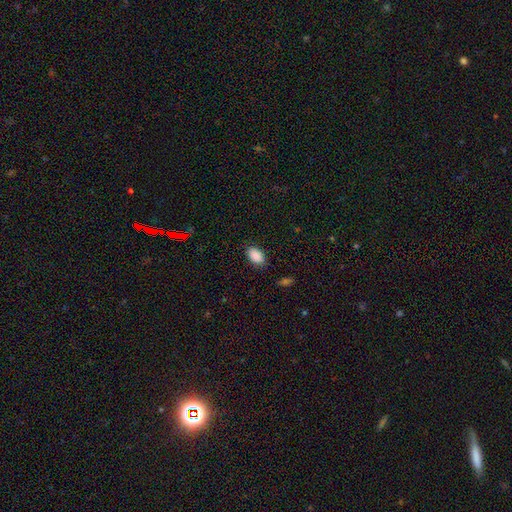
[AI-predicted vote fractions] smooth-or-featured: smooth: 89% | star or artifact: 8% | featured or disk: 3%
  how-rounded: in between: 91% | round: 8% | cigar-shaped: 1%
  merging: none: 86% | minor disturbance: 11% | major disturbance: 3% | merger: 1%